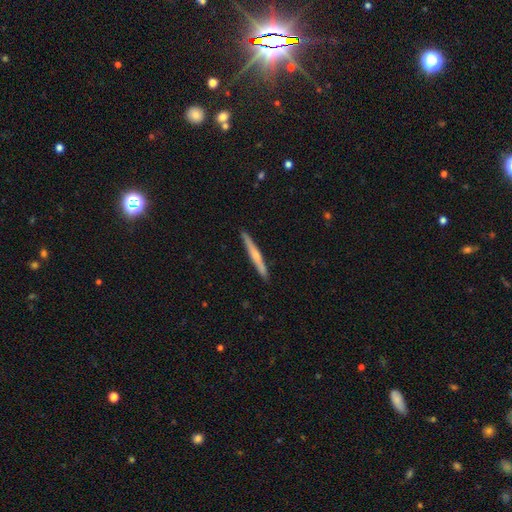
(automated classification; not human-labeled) featured or disk 50%, smooth 45%, star or artifact 5%. Down the decision tree: edge-on disk — yes (97%); merging — none (91%).